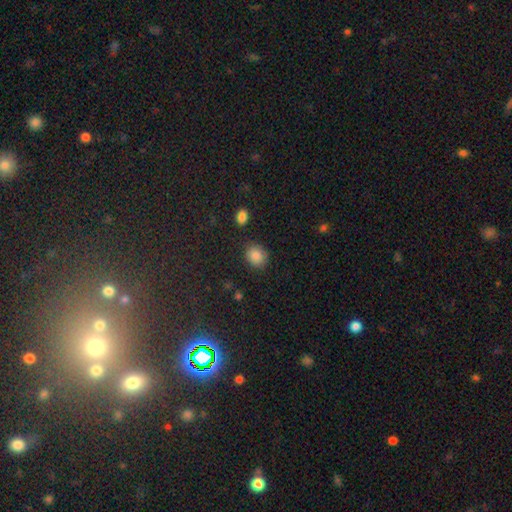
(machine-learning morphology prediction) Smooth or featured? smooth (86%)
How rounded? round (68%)
Merging? none (83%)